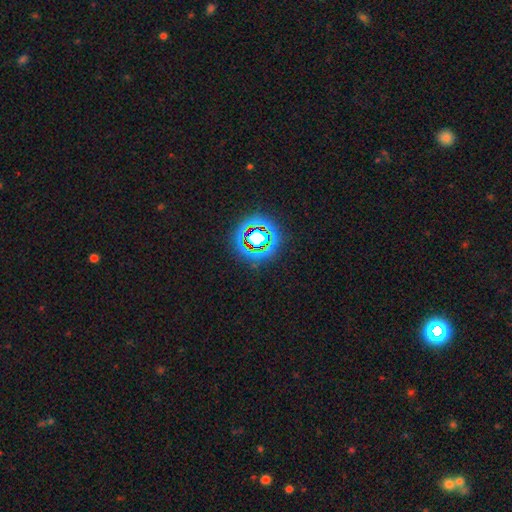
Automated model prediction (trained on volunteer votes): Morphology: type=star or artifact (72%).